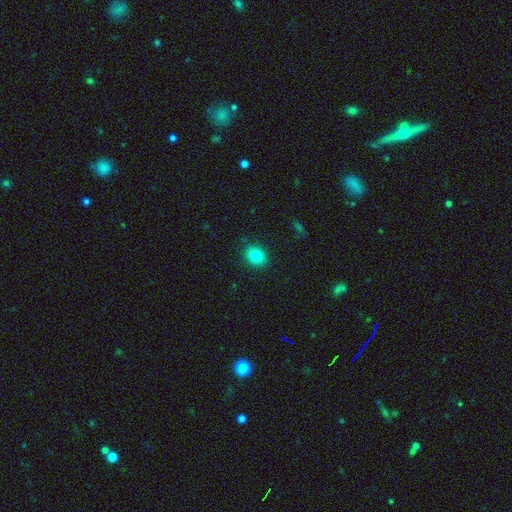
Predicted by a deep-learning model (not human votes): A smooth galaxy with no disk features (82%) that is round (63%). Merging: none (87%).